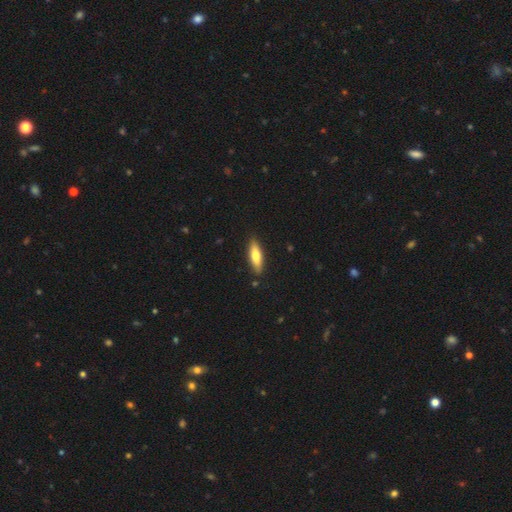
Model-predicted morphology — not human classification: This appears to be a smooth galaxy with no disk features (69%) that is cigar-shaped (56%). Merging: none (87%).